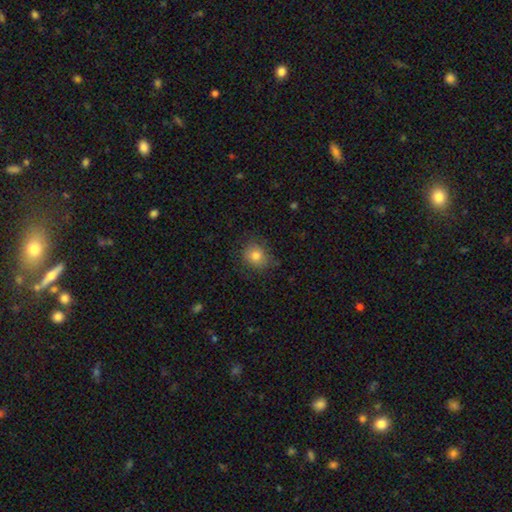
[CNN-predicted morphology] The model was most divided on "how rounded": round: 74%, in between: 25%, cigar-shaped: 1%. More confident: smooth or featured — smooth (81%); merging — none (77%).